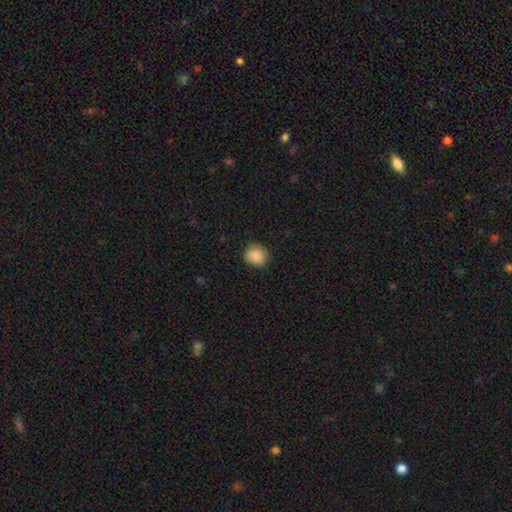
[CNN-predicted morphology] smooth-or-featured: smooth: 88% | star or artifact: 8% | featured or disk: 4%
  how-rounded: round: 79% | in between: 20% | cigar-shaped: 1%
  merging: none: 86% | minor disturbance: 10% | major disturbance: 3% | merger: 1%